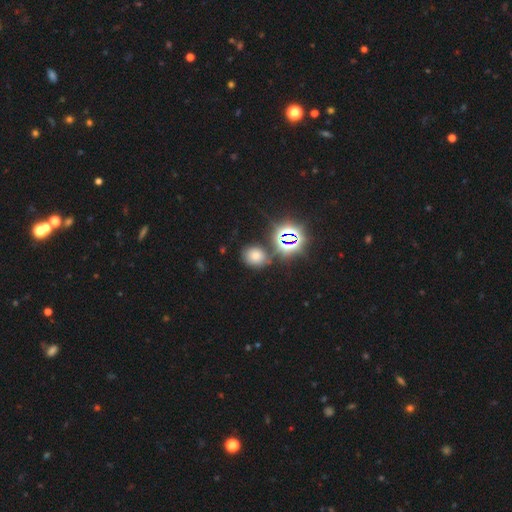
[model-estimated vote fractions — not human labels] This is likely a smooth galaxy (60%). How rounded: likely round (69%). Merging: likely none (74%).